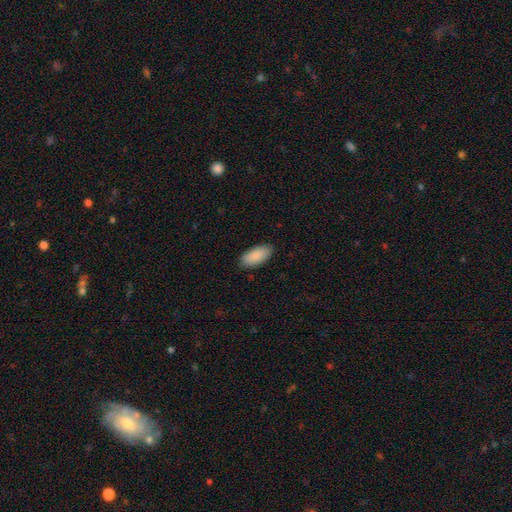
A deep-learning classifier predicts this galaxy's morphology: smooth 90%, star or artifact 6%, featured or disk 5%. Down the decision tree: how rounded — in between (92%); merging — none (88%).